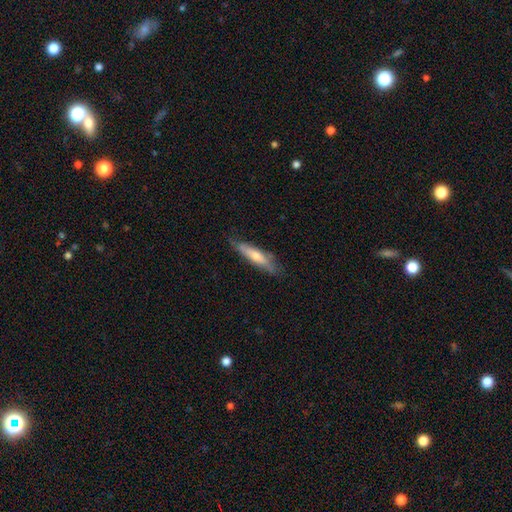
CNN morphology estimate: smooth 47%, featured or disk 46%, star or artifact 7%. Down the decision tree: merging — none (79%).